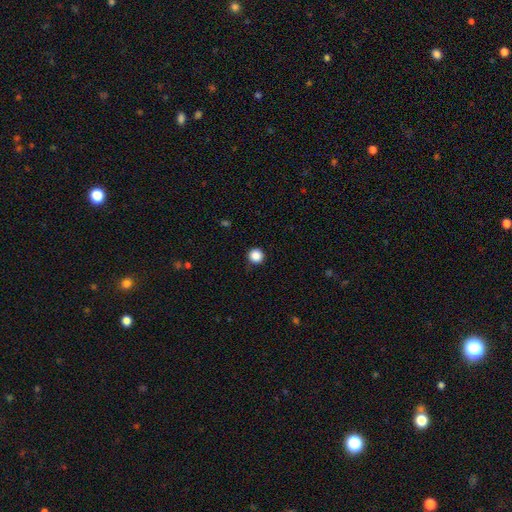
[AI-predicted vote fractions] smooth 88%, star or artifact 10%, featured or disk 2%. Down the decision tree: how rounded — round (96%); merging — none (92%).